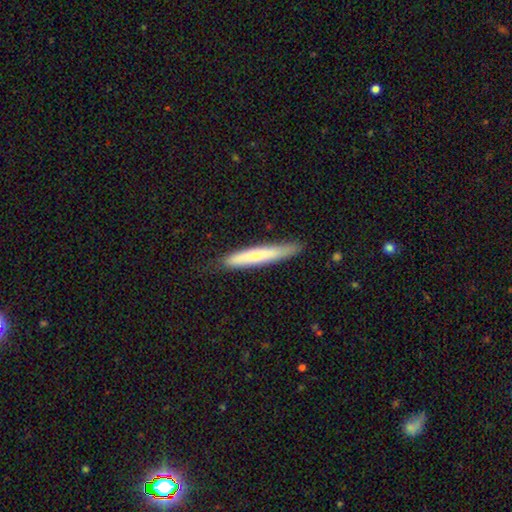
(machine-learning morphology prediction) Smooth or featured? smooth (60%)
How rounded? cigar-shaped (93%)
Merging? none (80%)